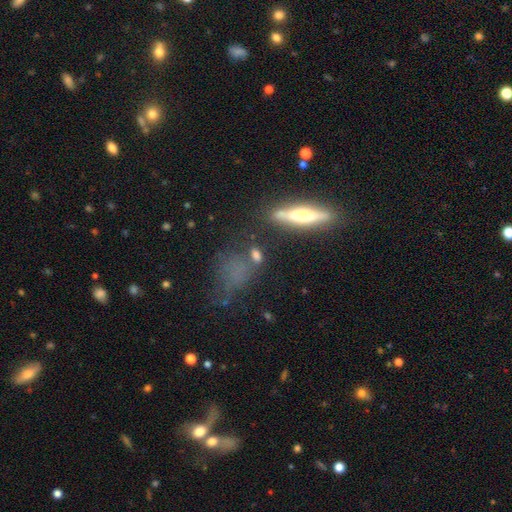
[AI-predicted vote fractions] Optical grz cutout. It shows a smooth galaxy with no disk features (53%) that is in between round and cigar-shaped (43%). Merging: none (51%).